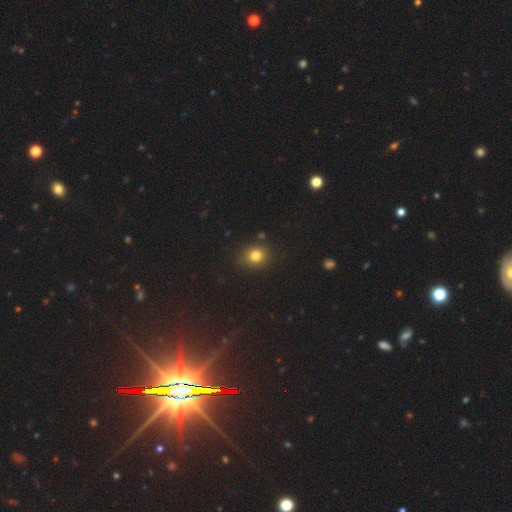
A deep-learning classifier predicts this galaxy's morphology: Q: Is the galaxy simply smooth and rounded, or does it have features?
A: smooth — 78%.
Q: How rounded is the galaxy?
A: round — 75%.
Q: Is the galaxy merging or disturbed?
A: none — 85%.